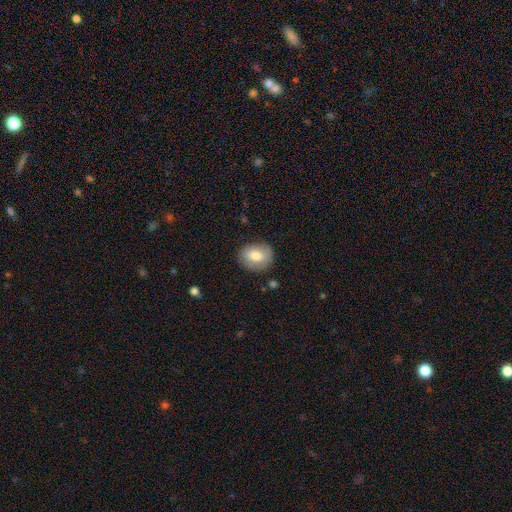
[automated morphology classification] A smooth galaxy with no disk features (74%) that is round (51%).

Vote fractions:
- Smooth or featured? smooth: 74% / featured or disk: 19% / star or artifact: 7%
- How rounded? round: 51% / in between: 48% / cigar-shaped: 1%
- Merging? none: 81% / minor disturbance: 14% / major disturbance: 4% / merger: 1%